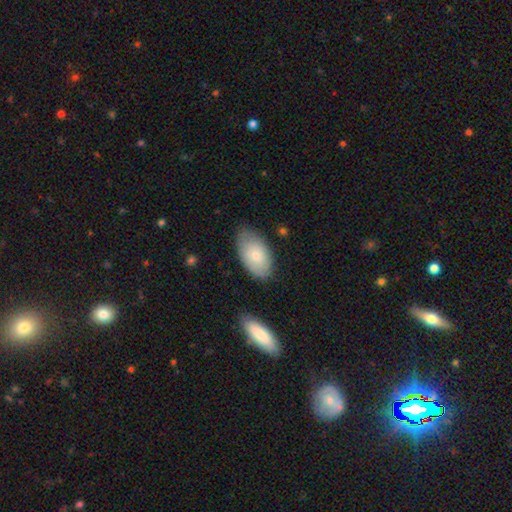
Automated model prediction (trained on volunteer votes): Smooth or featured?
  - smooth: 72% *
  - featured or disk: 22%
  - star or artifact: 6%
How rounded?
  - in between: 94% *
  - round: 5%
  - cigar-shaped: 2%
Merging?
  - none: 74% *
  - minor disturbance: 20%
  - major disturbance: 4%
  - merger: 2%